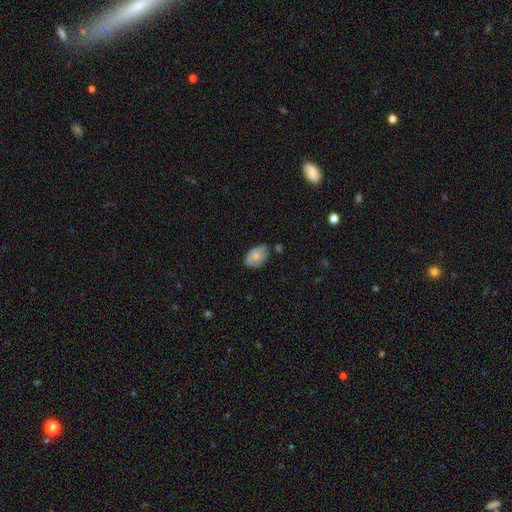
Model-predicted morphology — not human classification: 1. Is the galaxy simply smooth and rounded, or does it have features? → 71% smooth, 22% featured or disk, 7% star or artifact.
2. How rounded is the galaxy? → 86% in between, 12% round, 1% cigar-shaped.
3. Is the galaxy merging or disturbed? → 66% none, 26% minor disturbance, 5% major disturbance, 4% merger.